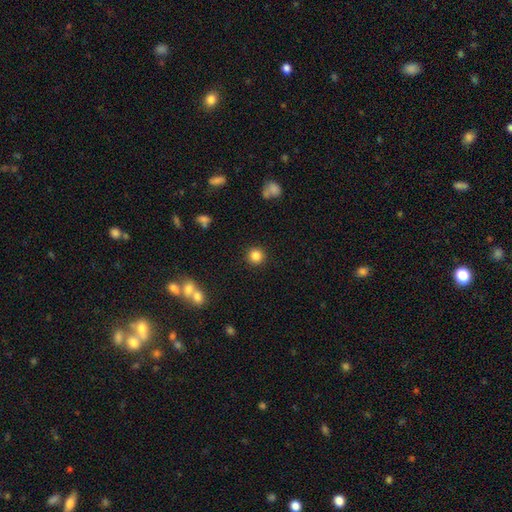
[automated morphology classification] smooth_or_featured: smooth (p=0.85) [alt: star or artifact p=0.11]
how_rounded: round (p=0.94) [alt: in between p=0.05]
merging: none (p=0.91) [alt: minor disturbance p=0.05]